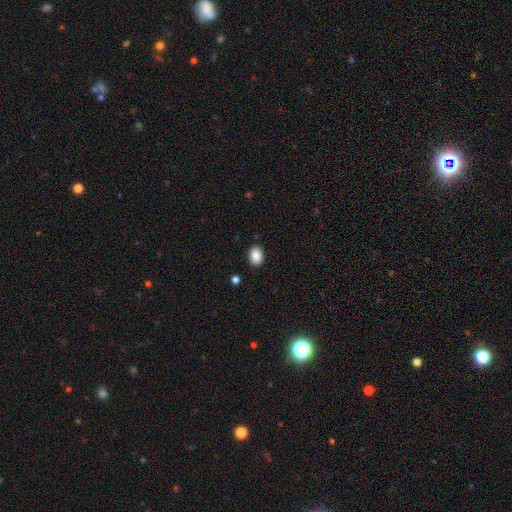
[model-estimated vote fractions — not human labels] Smooth or featured? smooth (88%)
How rounded? in between (68%)
Merging? none (89%)